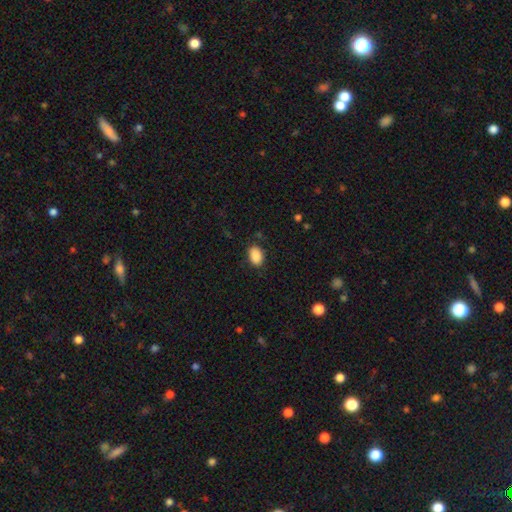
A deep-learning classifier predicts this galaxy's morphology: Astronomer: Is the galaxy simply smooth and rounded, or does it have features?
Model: smooth — 89%.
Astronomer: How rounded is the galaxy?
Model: in between — 86%.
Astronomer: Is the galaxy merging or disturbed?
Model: none — 85%.